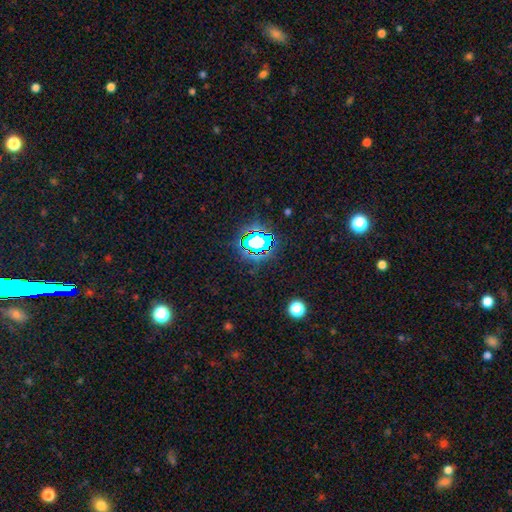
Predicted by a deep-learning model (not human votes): smooth-or-featured: star or artifact: 80% | smooth: 12% | featured or disk: 8%